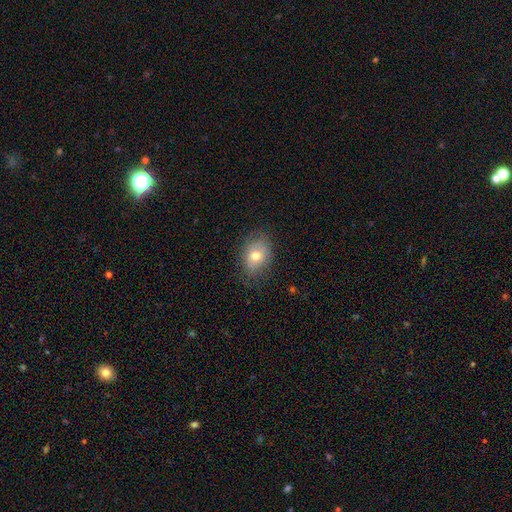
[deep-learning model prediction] This appears to be a smooth galaxy with no disk features (69%) that is in between round and cigar-shaped (70%). Merging: none (76%).